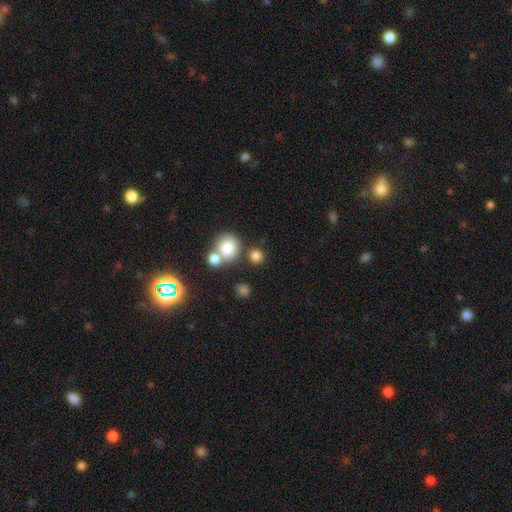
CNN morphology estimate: smooth 80%, star or artifact 13%, featured or disk 7%. Down the decision tree: how rounded — round (87%); merging — none (66%).